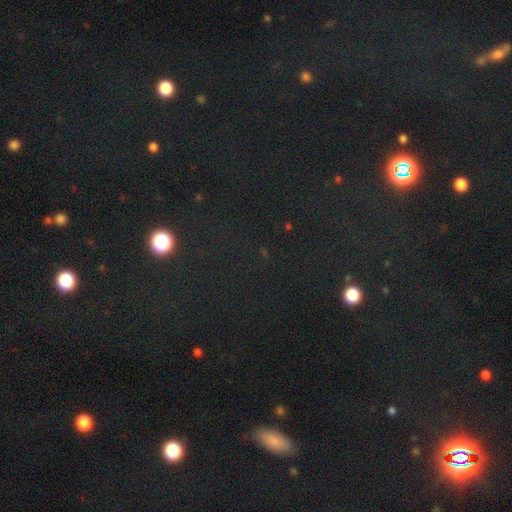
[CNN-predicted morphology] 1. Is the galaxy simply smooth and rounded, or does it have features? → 72% star or artifact, 19% smooth, 9% featured or disk.